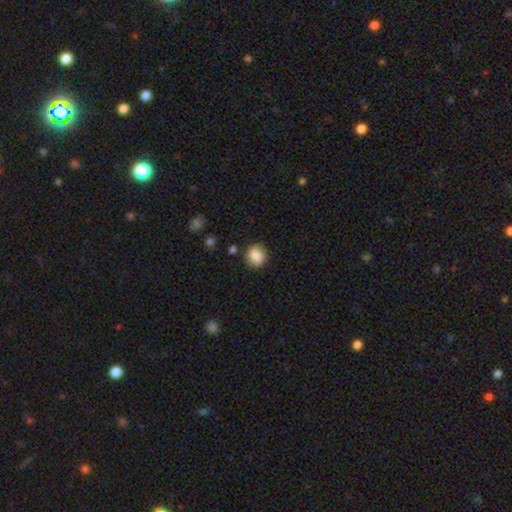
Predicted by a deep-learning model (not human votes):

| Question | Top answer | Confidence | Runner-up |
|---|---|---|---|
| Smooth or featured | smooth | 82% | featured or disk (9%) |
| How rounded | round | 78% | in between (21%) |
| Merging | none | 83% | minor disturbance (12%) |